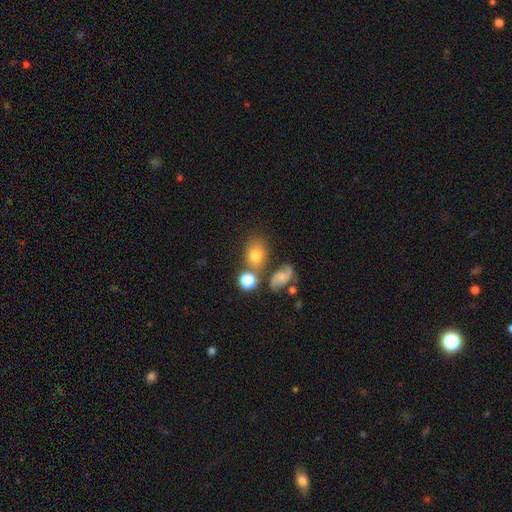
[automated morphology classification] Overall: smooth (71%). How rounded: in between (61%; round 37%). Merging: none (58%; merger 21%).